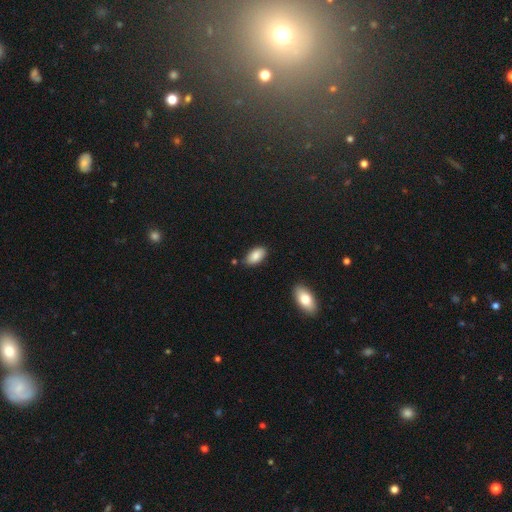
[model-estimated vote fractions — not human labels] This appears to be a smooth galaxy with no disk features (87%) that is in between round and cigar-shaped (94%). Merging: none (81%).